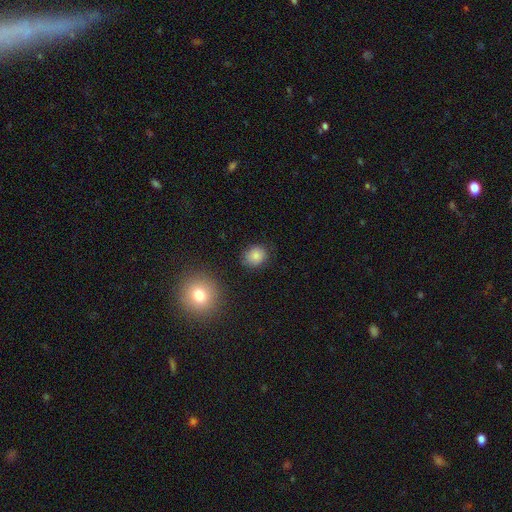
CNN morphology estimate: Smooth or featured? smooth (84%)
How rounded? round (66%)
Merging? none (84%)